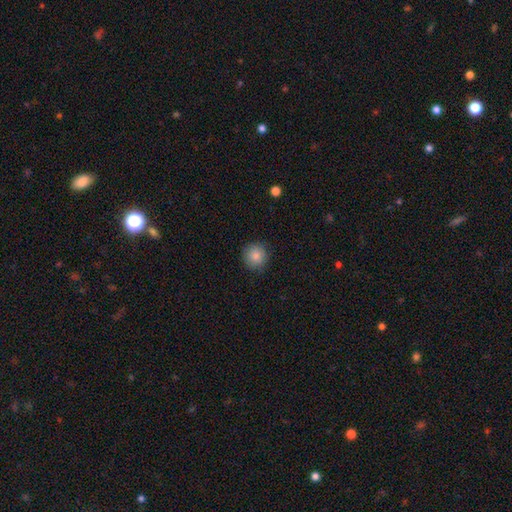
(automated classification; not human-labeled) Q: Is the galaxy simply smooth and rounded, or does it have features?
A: smooth — 85%.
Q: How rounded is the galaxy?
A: round — 93%.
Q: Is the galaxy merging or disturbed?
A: none — 88%.